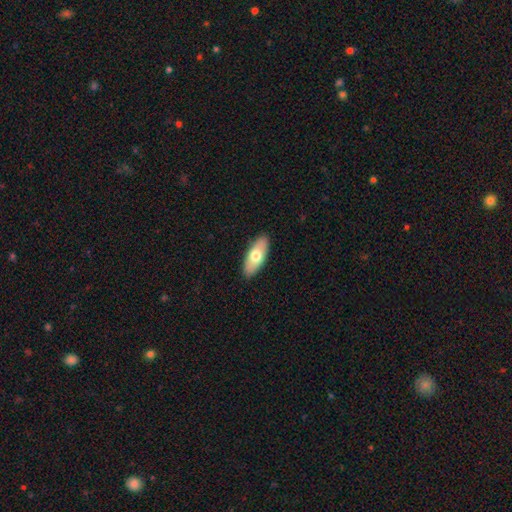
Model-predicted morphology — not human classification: smooth-or-featured: smooth: 69% | featured or disk: 25% | star or artifact: 6%
  how-rounded: in between: 82% | cigar-shaped: 16% | round: 2%
  merging: none: 89% | minor disturbance: 8% | major disturbance: 2% | merger: 1%